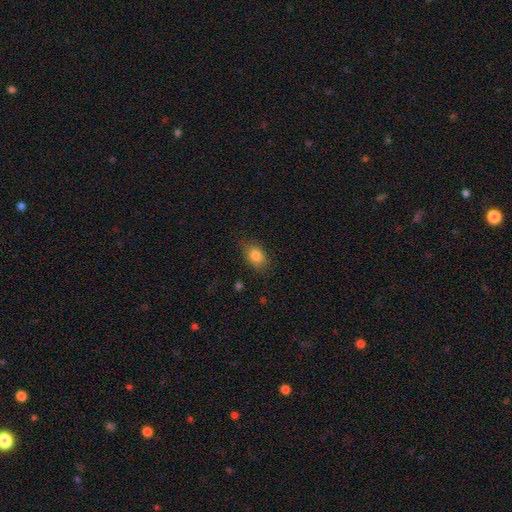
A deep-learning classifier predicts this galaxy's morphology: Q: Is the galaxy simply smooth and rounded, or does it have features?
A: smooth — 83%.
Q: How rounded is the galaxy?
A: in between — 81%.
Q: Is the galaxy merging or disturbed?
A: none — 81%.